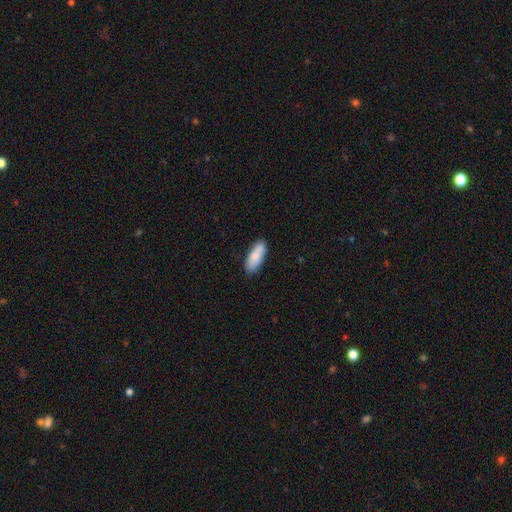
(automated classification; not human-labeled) smooth 80%, featured or disk 14%, star or artifact 6%. Down the decision tree: how rounded — in between (71%); merging — none (80%).